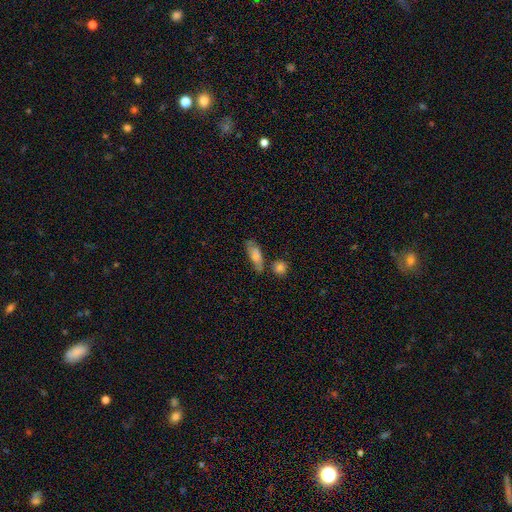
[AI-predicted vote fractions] smooth_or_featured: smooth (p=0.71) [alt: featured or disk p=0.21]
how_rounded: in between (p=0.69) [alt: cigar-shaped p=0.27]
merging: none (p=0.52) [alt: minor disturbance p=0.25]